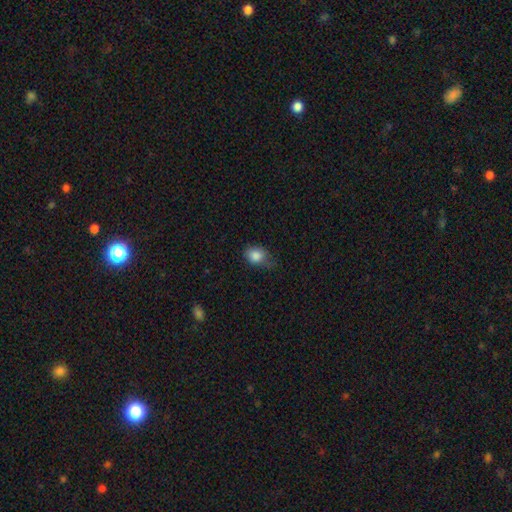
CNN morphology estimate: Smooth or featured: smooth — 85% (star or artifact — 9%)
How rounded: in between — 54% (round — 45%)
Merging: none — 47% (minor disturbance — 38%)